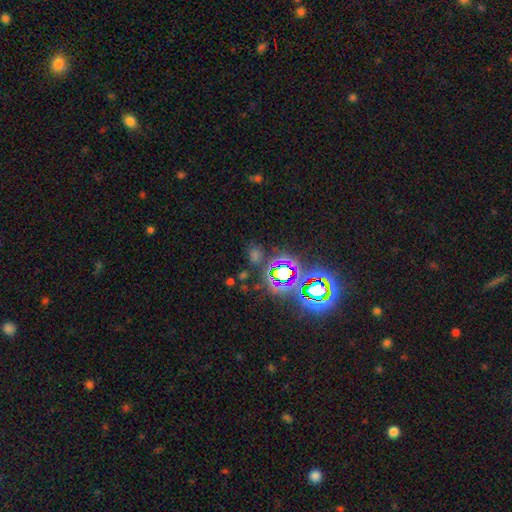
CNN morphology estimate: The model was most divided on "smooth or featured": star or artifact: 66%, smooth: 22%, featured or disk: 12%.